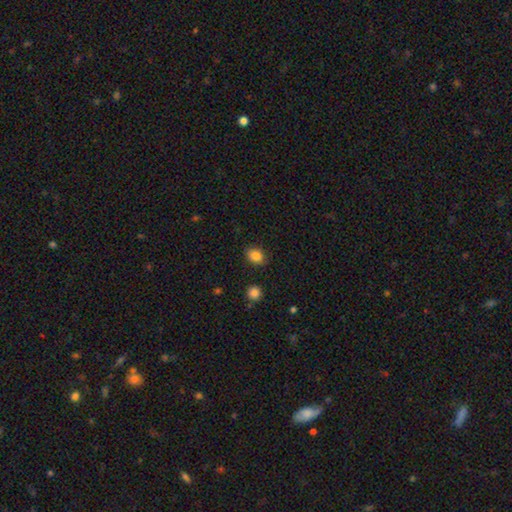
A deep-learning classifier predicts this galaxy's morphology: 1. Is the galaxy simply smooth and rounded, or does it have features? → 85% smooth, 10% star or artifact, 5% featured or disk.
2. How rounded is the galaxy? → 60% in between, 39% round, 1% cigar-shaped.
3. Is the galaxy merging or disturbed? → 85% none, 10% minor disturbance, 3% major disturbance, 2% merger.